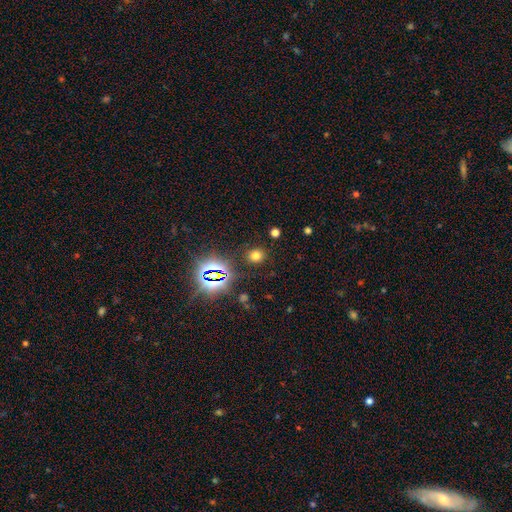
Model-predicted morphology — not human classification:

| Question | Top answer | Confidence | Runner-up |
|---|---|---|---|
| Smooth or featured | smooth | 67% | star or artifact (26%) |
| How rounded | round | 80% | in between (19%) |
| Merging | none | 87% | minor disturbance (8%) |